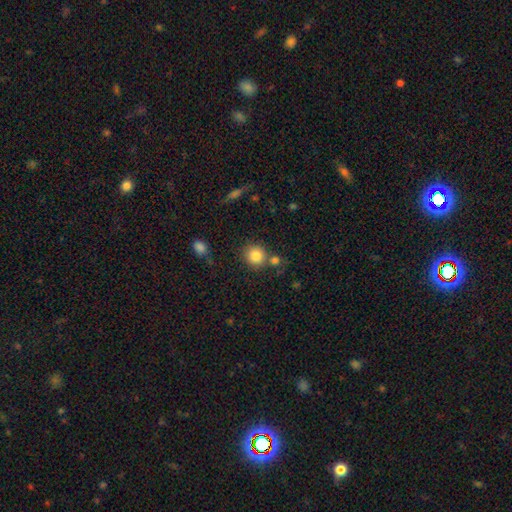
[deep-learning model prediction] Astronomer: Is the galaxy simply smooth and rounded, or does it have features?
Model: smooth — 84%.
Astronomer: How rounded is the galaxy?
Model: round — 89%.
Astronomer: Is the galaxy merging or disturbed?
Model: none — 72%.